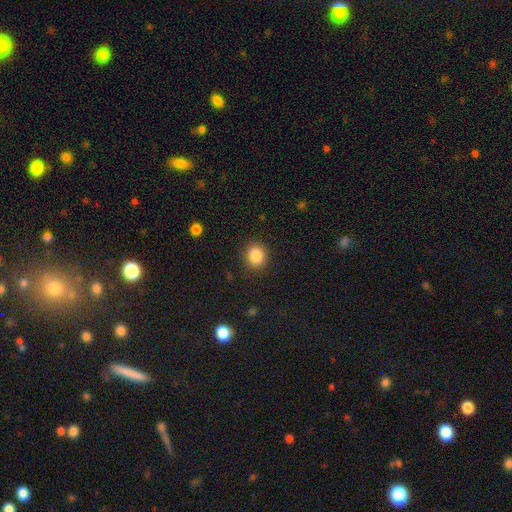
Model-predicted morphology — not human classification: smooth-or-featured: smooth: 86% | star or artifact: 10% | featured or disk: 5%
  how-rounded: round: 70% | in between: 29% | cigar-shaped: 1%
  merging: none: 88% | minor disturbance: 8% | major disturbance: 3% | merger: 1%